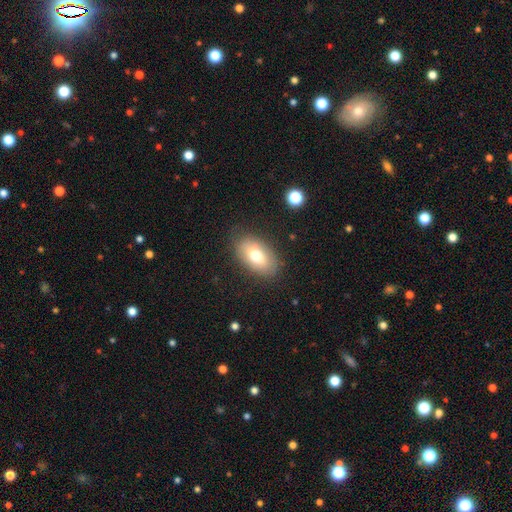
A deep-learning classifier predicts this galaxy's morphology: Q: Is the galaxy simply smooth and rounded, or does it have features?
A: smooth — 70%.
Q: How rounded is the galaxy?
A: in between — 92%.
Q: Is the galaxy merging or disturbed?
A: none — 82%.